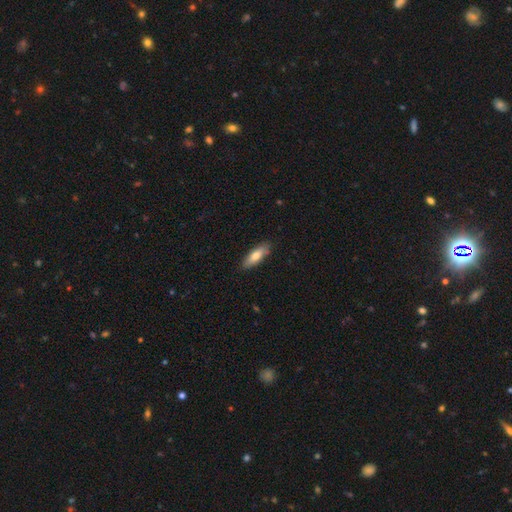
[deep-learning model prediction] This appears to be a smooth galaxy with no disk features (75%) that is in between round and cigar-shaped (56%). Merging: none (85%).